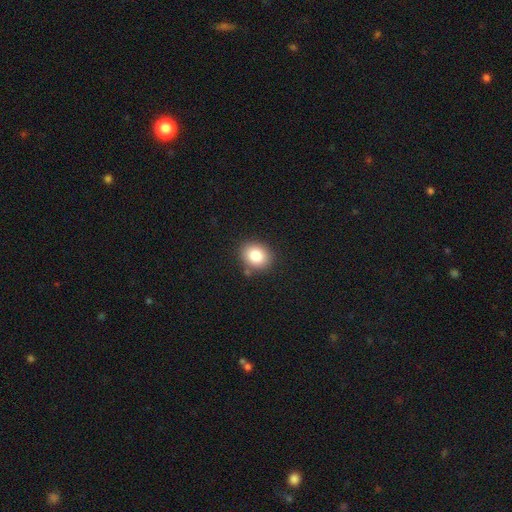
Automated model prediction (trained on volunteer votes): Overall: smooth (84%). How rounded: round (59%; in between 41%). Merging: none (83%).